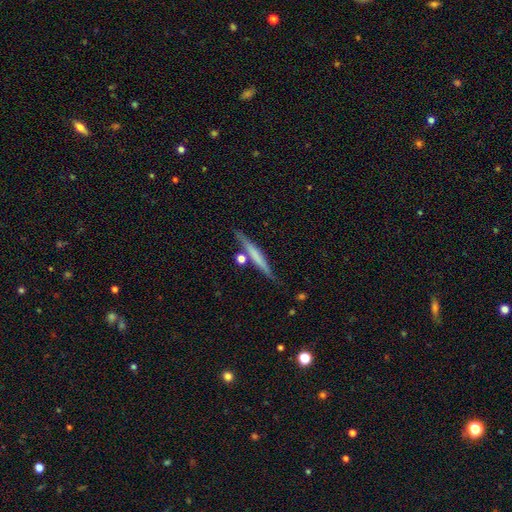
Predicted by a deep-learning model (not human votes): This appears to be a featured or disk galaxy (48%). Merging: none (77%).